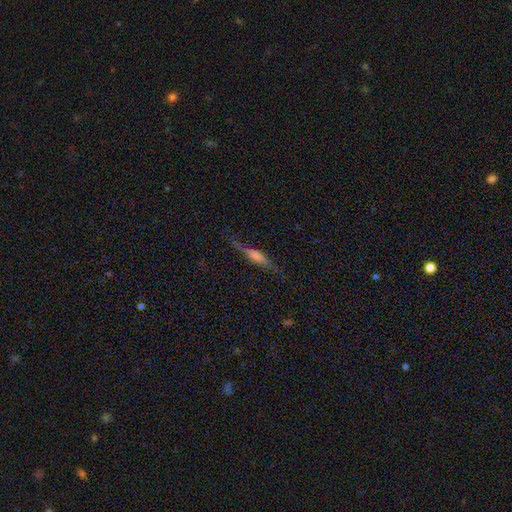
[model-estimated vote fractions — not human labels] Q: Smooth or featured?
A: featured or disk (55%); runner-up: smooth (37%)
Q: Edge-on disk?
A: yes (90%); runner-up: no (10%)
Q: Merging?
A: none (72%); runner-up: minor disturbance (19%)